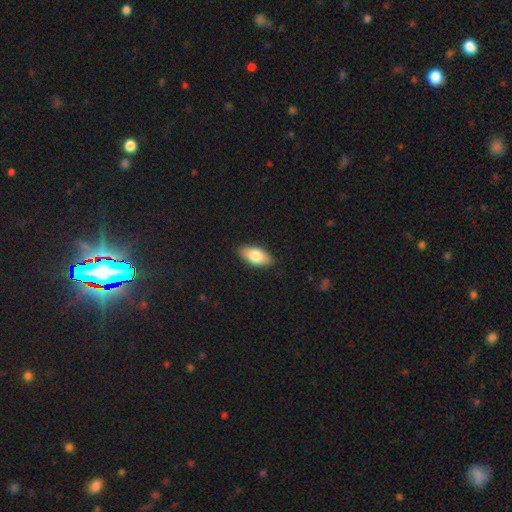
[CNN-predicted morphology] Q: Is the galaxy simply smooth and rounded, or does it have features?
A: smooth — 78%.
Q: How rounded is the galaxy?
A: in between — 91%.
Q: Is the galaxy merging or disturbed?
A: none — 87%.